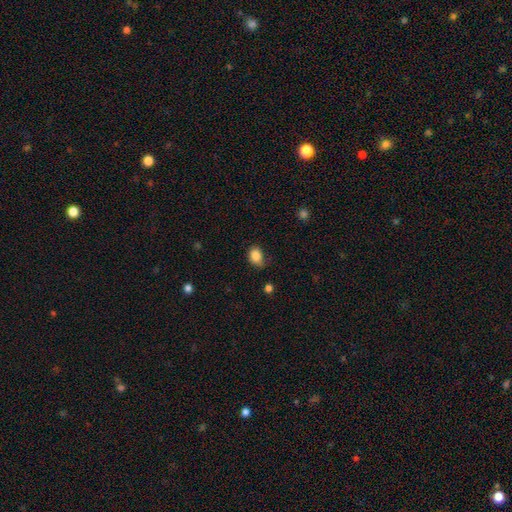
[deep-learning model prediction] Smooth or featured? smooth (86%)
How rounded? in between (63%)
Merging? none (63%)